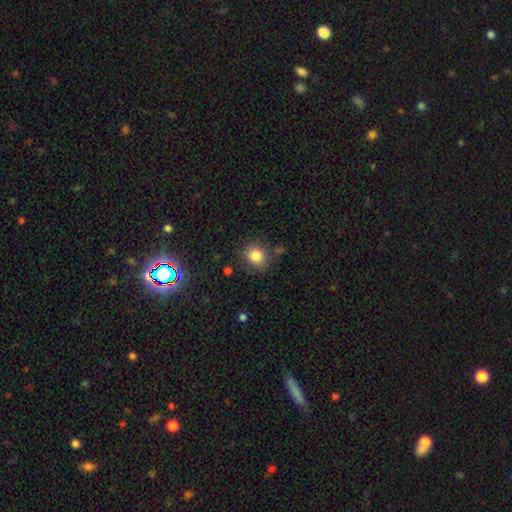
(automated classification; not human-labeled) A smooth galaxy with no disk features (82%) that is round (76%). Merging: none (80%).